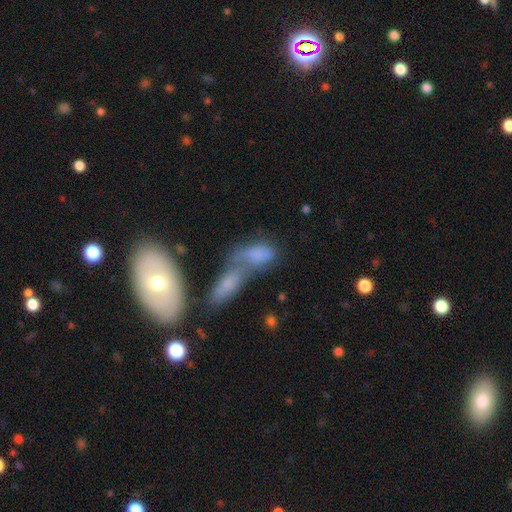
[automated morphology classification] The model was most divided on "merging": merger: 49%, none: 28%, minor disturbance: 13%, major disturbance: 10%. More confident: how rounded — in between (78%); smooth or featured — smooth (57%).